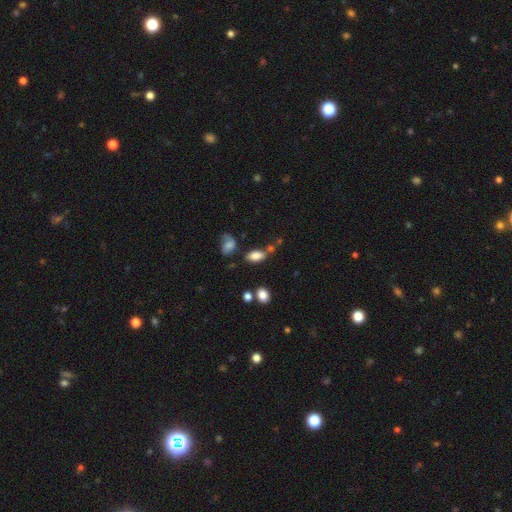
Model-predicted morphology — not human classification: smooth 81%, star or artifact 10%, featured or disk 9%. Down the decision tree: how rounded — in between (89%); merging — none (62%).